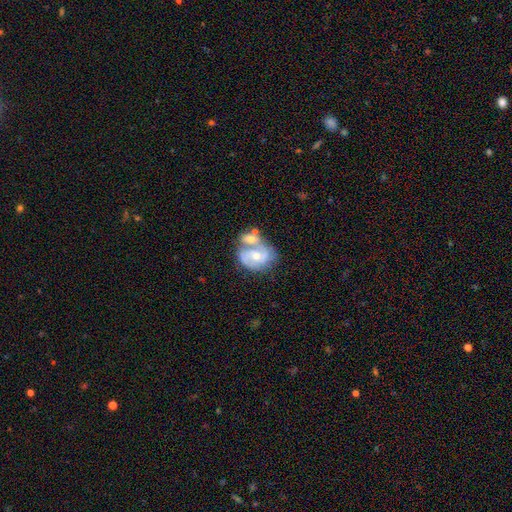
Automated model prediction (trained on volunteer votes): This is likely a featured or disk galaxy (73%). It is clearly not viewed edge-on (97%). Bar: possibly no (60%). Spiral arm pattern: clearly yes (83%). Spiral arm count: likely 2 (66%). Spiral winding: possibly medium (48%). Central bulge: possibly moderate (58%). Merging: possibly merger (47%).